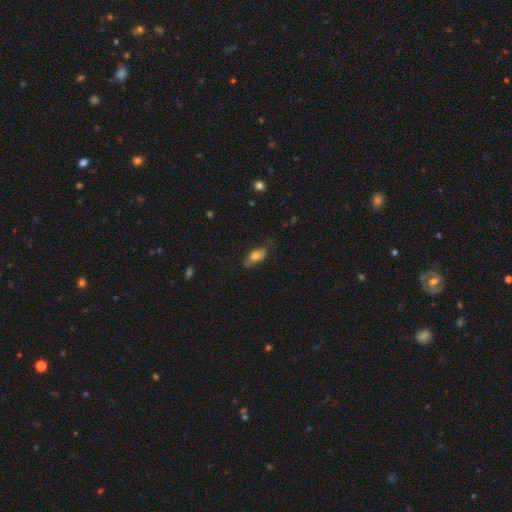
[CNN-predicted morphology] This appears to be a smooth galaxy with no disk features (75%) that is in between round and cigar-shaped (86%). Merging: none (68%).